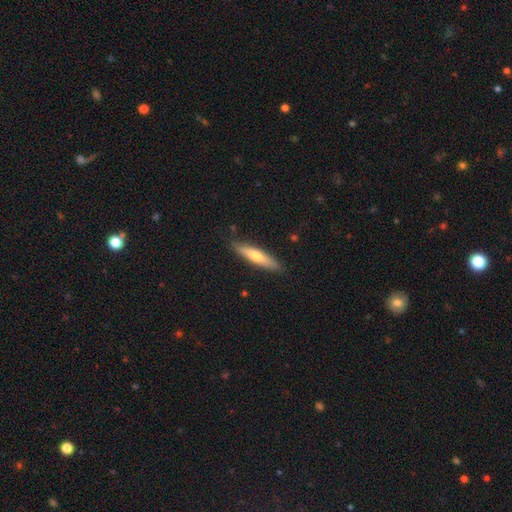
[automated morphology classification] Smooth or featured: smooth — 55% (featured or disk — 40%)
How rounded: cigar-shaped — 81% (in between — 17%)
Merging: none — 87% (minor disturbance — 10%)